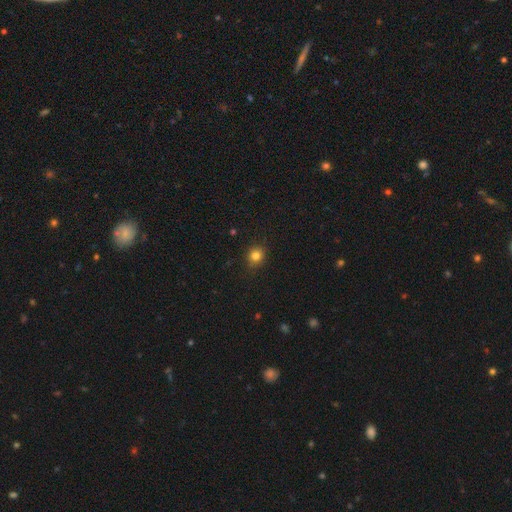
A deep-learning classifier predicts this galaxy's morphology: Smooth or featured? Predicted: smooth (p=0.81). How rounded? Predicted: round (p=0.82). Merging? Predicted: none (p=0.88).